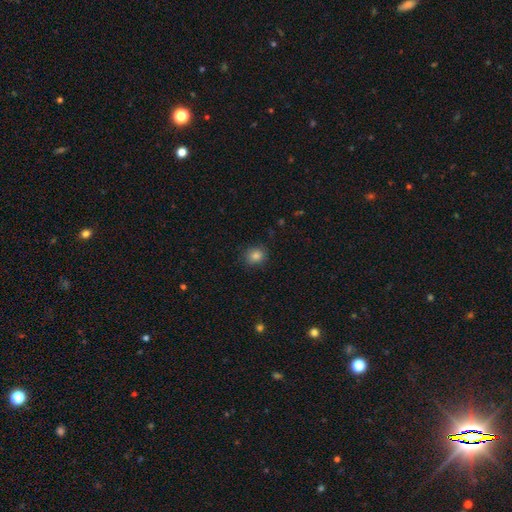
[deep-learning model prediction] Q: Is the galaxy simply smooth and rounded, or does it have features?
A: smooth — 83%.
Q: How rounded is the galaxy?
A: round — 70%.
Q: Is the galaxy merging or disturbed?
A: none — 85%.